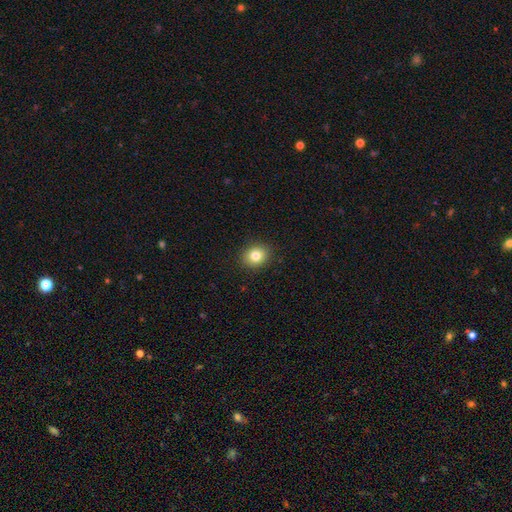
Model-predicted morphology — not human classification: A smooth galaxy with no disk features (81%) that is round (71%).

Vote fractions:
- Smooth or featured? smooth: 81% / star or artifact: 11% / featured or disk: 8%
- How rounded? round: 71% / in between: 29% / cigar-shaped: 1%
- Merging? none: 90% / minor disturbance: 7% / major disturbance: 2% / merger: 1%